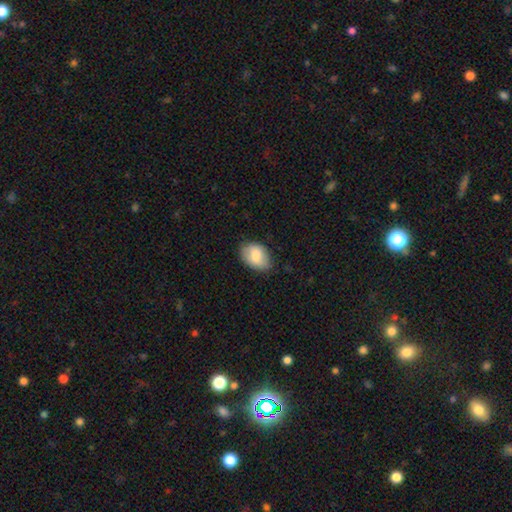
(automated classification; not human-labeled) This appears to be a smooth galaxy with no disk features (80%) that is in between round and cigar-shaped (84%). Merging: none (76%).